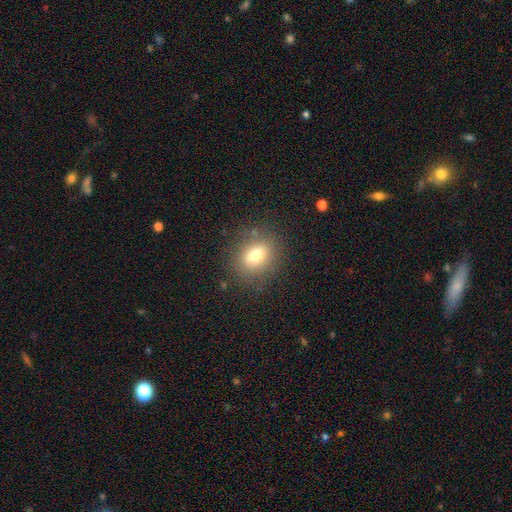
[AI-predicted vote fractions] This appears to be a smooth galaxy with no disk features (69%) that is in between round and cigar-shaped (52%). Merging: none (83%).